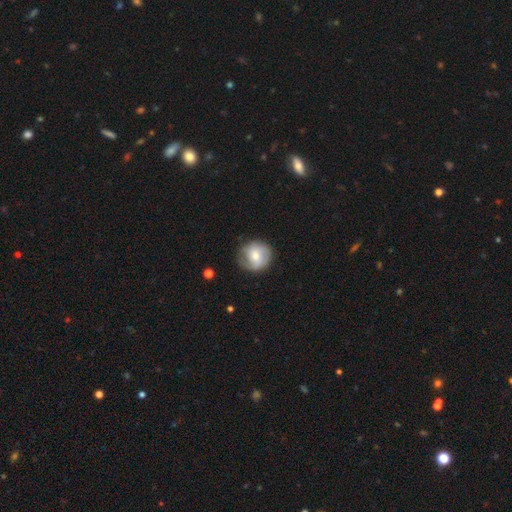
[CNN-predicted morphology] smooth 54%, featured or disk 39%, star or artifact 7%. Down the decision tree: how rounded — round (89%); merging — none (72%).